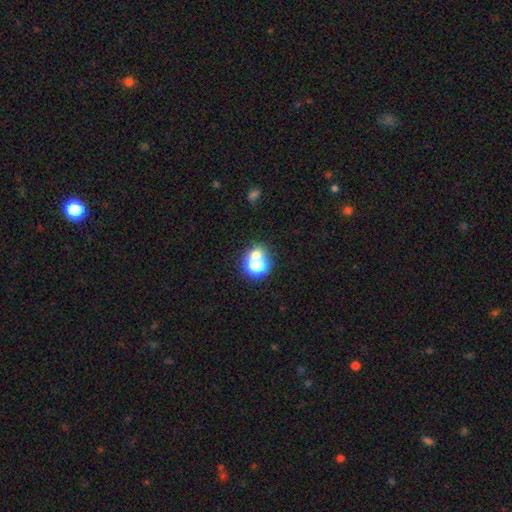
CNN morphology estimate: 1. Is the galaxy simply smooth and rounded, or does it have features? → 60% smooth, 24% star or artifact, 16% featured or disk.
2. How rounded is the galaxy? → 74% round, 25% in between, 1% cigar-shaped.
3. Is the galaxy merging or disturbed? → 46% none, 42% merger, 7% minor disturbance, 5% major disturbance.